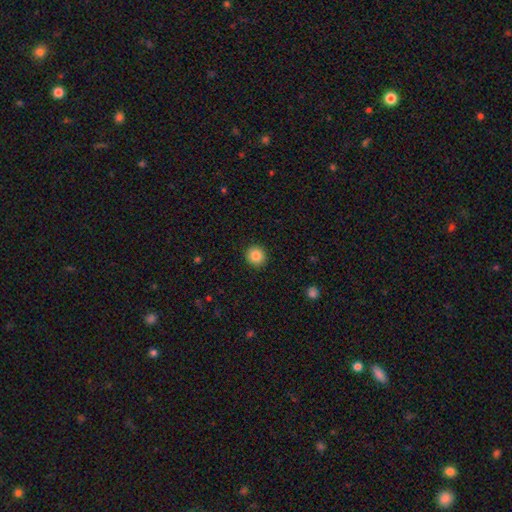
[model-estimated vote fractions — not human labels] A smooth galaxy with no disk features (86%) that is round (92%).

Vote fractions:
- Smooth or featured? smooth: 86% / star or artifact: 10% / featured or disk: 5%
- How rounded? round: 92% / in between: 7% / cigar-shaped: 1%
- Merging? none: 92% / minor disturbance: 5% / major disturbance: 2% / merger: 1%